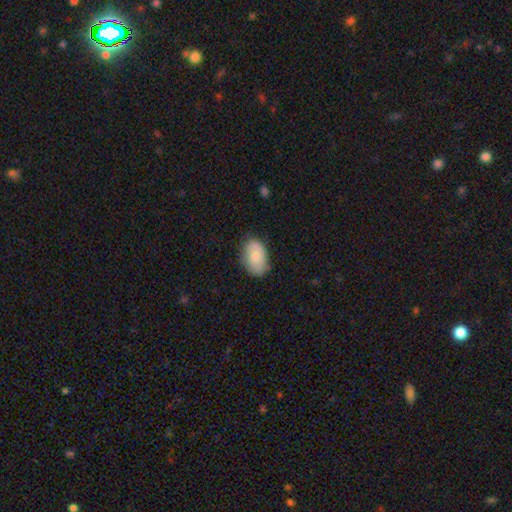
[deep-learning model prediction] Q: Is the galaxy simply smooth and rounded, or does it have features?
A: smooth — 73%.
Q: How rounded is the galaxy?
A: in between — 90%.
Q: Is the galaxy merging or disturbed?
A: none — 73%.